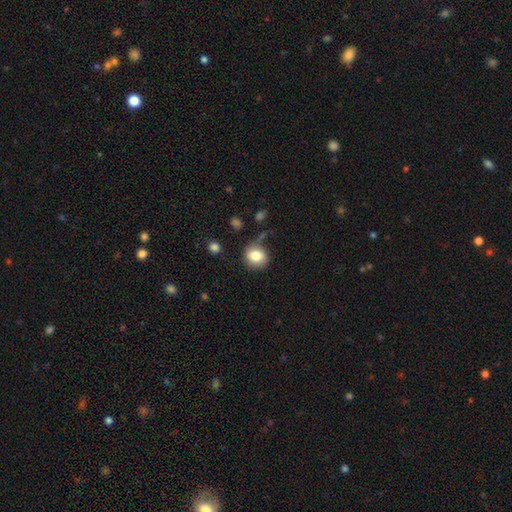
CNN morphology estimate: This appears to be a smooth galaxy with no disk features (81%) that is round (73%). Merging: none (64%).